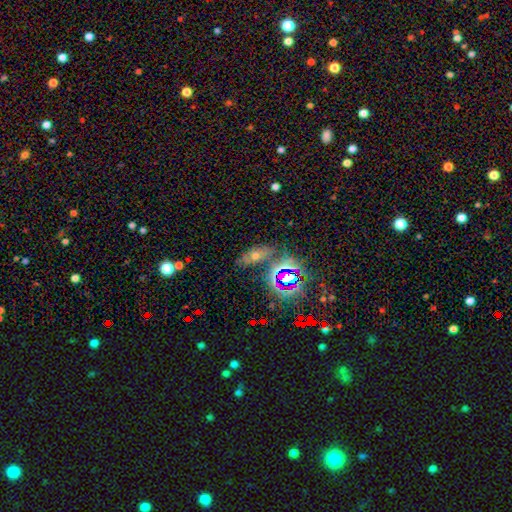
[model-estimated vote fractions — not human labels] Morphology: type=star or artifact (41%).